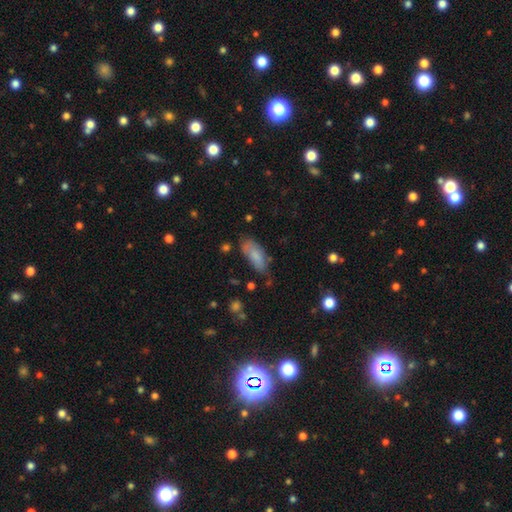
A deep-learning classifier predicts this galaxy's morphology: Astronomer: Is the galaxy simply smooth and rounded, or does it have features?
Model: smooth — 80%.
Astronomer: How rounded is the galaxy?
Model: in between — 81%.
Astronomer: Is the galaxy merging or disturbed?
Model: none — 55% (runner-up: minor disturbance, 31%).